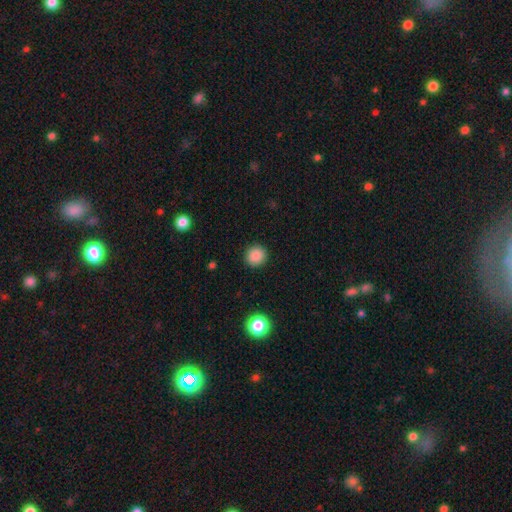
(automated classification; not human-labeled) Q: Smooth or featured?
A: smooth (87%); runner-up: star or artifact (10%)
Q: How rounded?
A: round (93%); runner-up: in between (7%)
Q: Merging?
A: none (92%); runner-up: minor disturbance (5%)